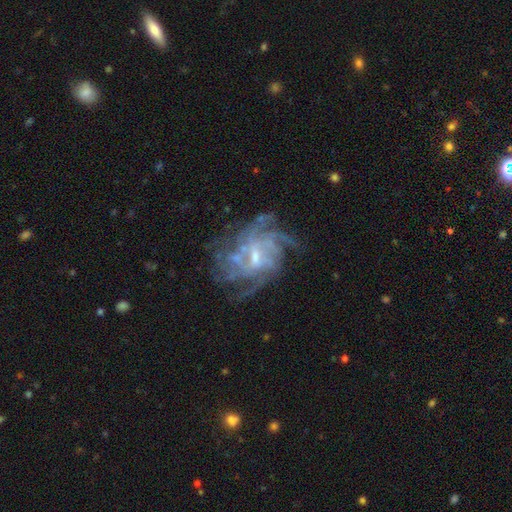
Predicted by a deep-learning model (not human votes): smooth-or-featured: featured or disk: 84% | star or artifact: 9% | smooth: 7%
  disk-edge-on: no: 97% | yes: 3%
    bar: weak: 52% | no: 35% | strong: 13%
    has-spiral-arms: yes: 92% | no: 8%
      spiral-winding: tight: 45% | medium: 39% | loose: 15%
      spiral-arm-count: can't tell: 30% | 4: 28% | more than 4: 18% | 3: 10% | 2: 7% | 1: 6%
    bulge-size: small: 54% | moderate: 34% | none: 9% | large: 2% | dominant: 1%
  merging: none: 60% | major disturbance: 18% | minor disturbance: 18% | merger: 3%